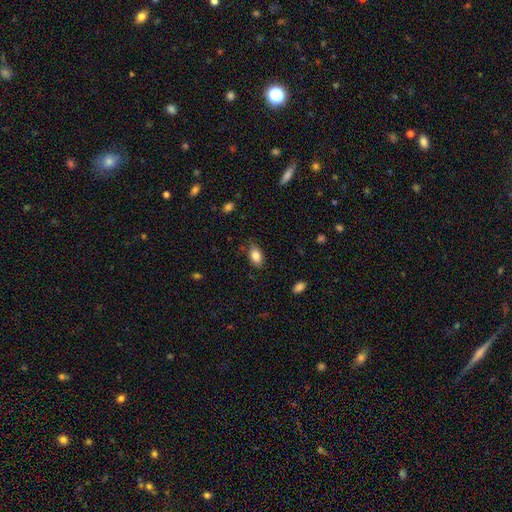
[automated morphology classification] smooth 83%, featured or disk 9%, star or artifact 8%. Down the decision tree: how rounded — in between (89%); merging — none (79%).